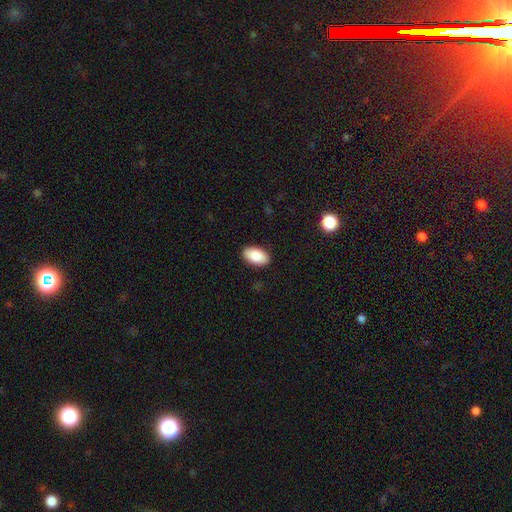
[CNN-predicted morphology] Smooth or featured: smooth — 89% (star or artifact — 6%)
How rounded: in between — 95% (round — 3%)
Merging: none — 89% (minor disturbance — 8%)